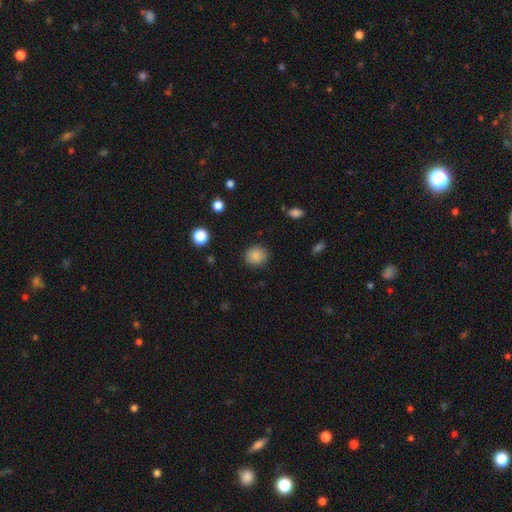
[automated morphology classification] Q: Smooth or featured?
A: smooth (86%); runner-up: star or artifact (9%)
Q: How rounded?
A: round (81%); runner-up: in between (18%)
Q: Merging?
A: none (88%); runner-up: minor disturbance (8%)